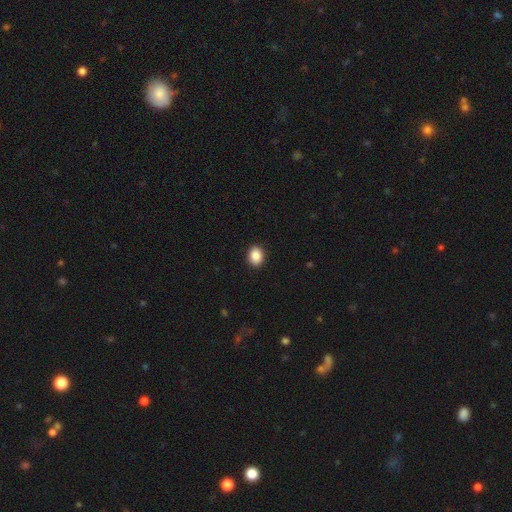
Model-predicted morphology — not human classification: Overall: smooth (89%). How rounded: in between (55%; round 44%). Merging: none (91%).